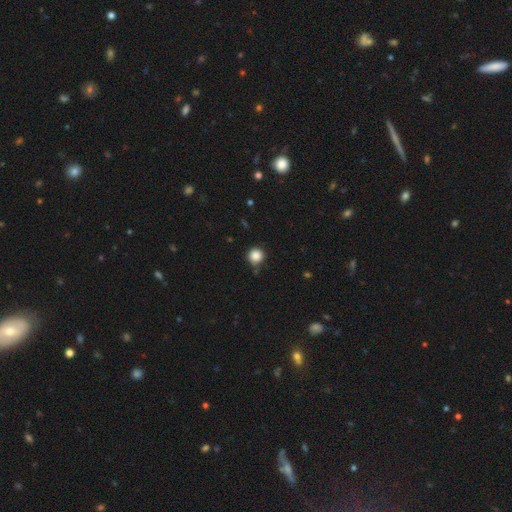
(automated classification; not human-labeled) Q: Smooth or featured?
A: smooth (86%); runner-up: star or artifact (11%)
Q: How rounded?
A: round (94%); runner-up: in between (5%)
Q: Merging?
A: none (83%); runner-up: minor disturbance (11%)